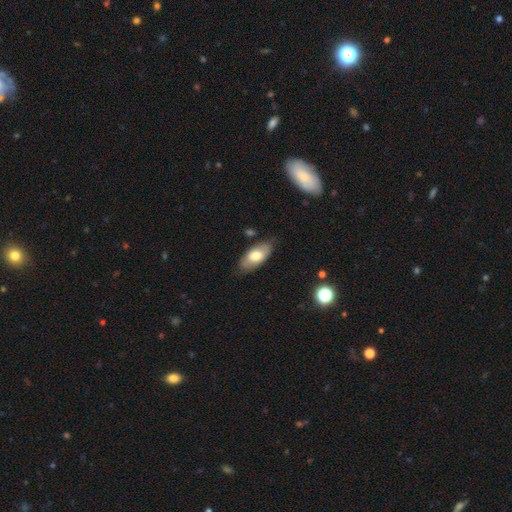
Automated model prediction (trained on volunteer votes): This appears to be a smooth galaxy with no disk features (70%) that is in between round and cigar-shaped (90%). Merging: none (77%).